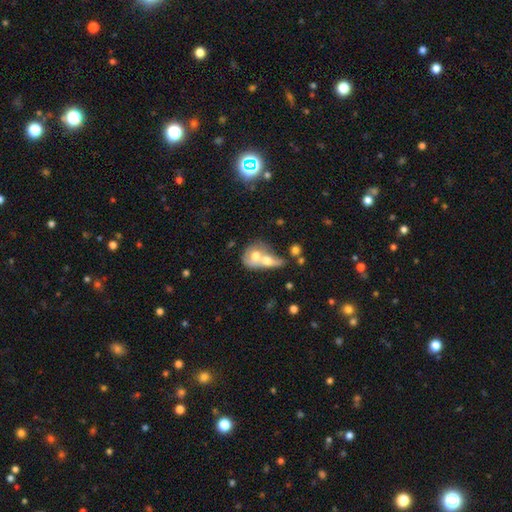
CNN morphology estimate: Smooth or featured? Predicted: smooth (p=0.57). How rounded? Predicted: in between (p=0.55). Merging? Predicted: merger (p=0.77).